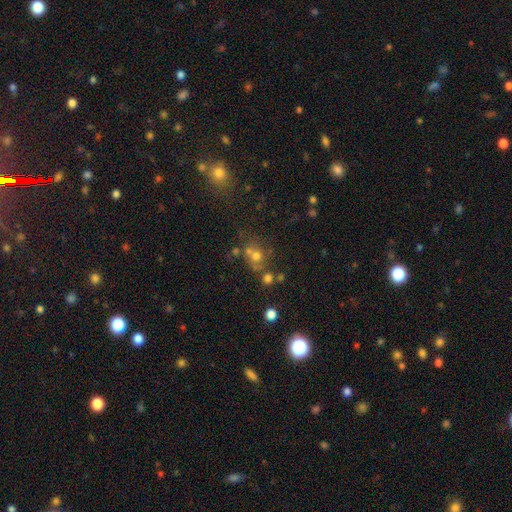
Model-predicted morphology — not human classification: Smooth or featured?
  - smooth: 52% *
  - star or artifact: 32%
  - featured or disk: 16%
How rounded?
  - round: 78% *
  - in between: 20%
  - cigar-shaped: 1%
Merging?
  - none: 53% *
  - merger: 30%
  - minor disturbance: 10%
  - major disturbance: 7%